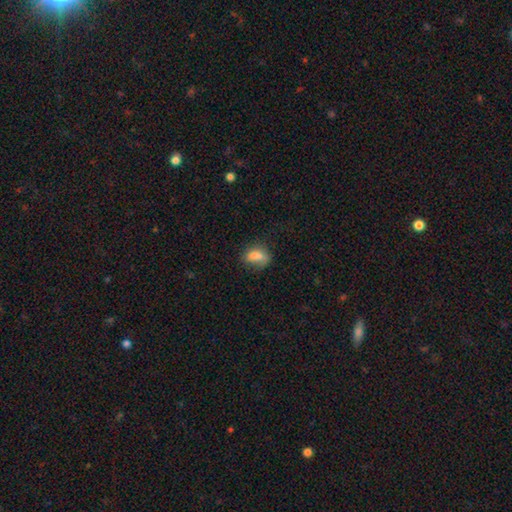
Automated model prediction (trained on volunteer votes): Smooth or featured: smooth — 75% (featured or disk — 14%)
How rounded: in between — 75% (round — 21%)
Merging: none — 46% (minor disturbance — 25%)